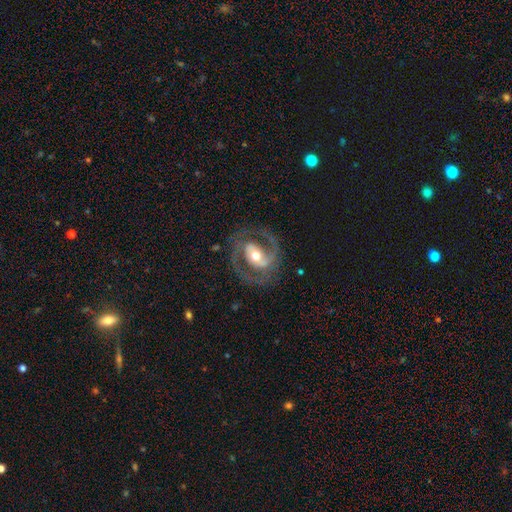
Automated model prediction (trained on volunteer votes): This appears to be a featured or disk galaxy (86%) with a weak bar (37%), 2 (89%) medium (55%) spiral arms (91%) and a moderate central bulge (70%). Merging: none (78%).